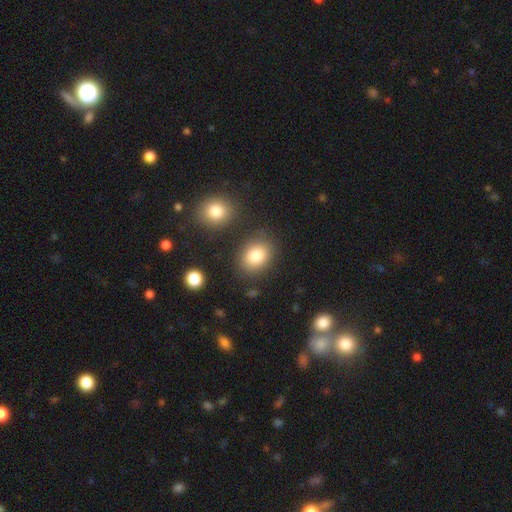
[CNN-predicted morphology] smooth-or-featured: smooth: 83% | star or artifact: 9% | featured or disk: 7%
  how-rounded: in between: 56% | round: 43% | cigar-shaped: 1%
  merging: none: 79% | minor disturbance: 11% | merger: 6% | major disturbance: 4%